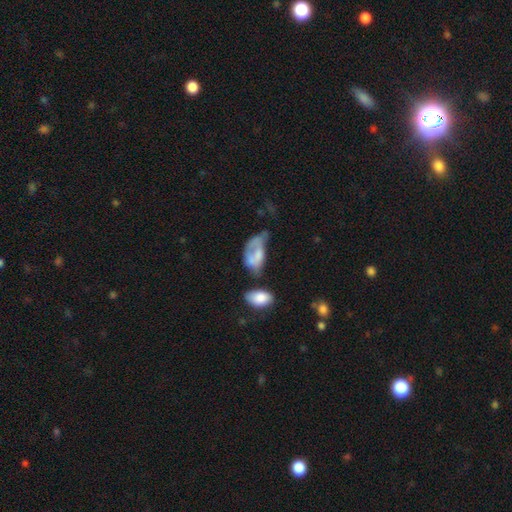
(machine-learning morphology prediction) This is possibly a smooth galaxy (57%). How rounded: clearly in between (91%). Merging: marginally major disturbance (36%).